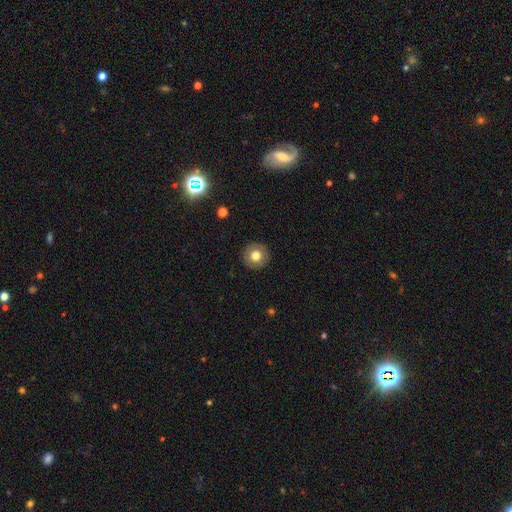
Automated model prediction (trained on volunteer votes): Overall: smooth (75%). How rounded: round (95%). Merging: none (91%).